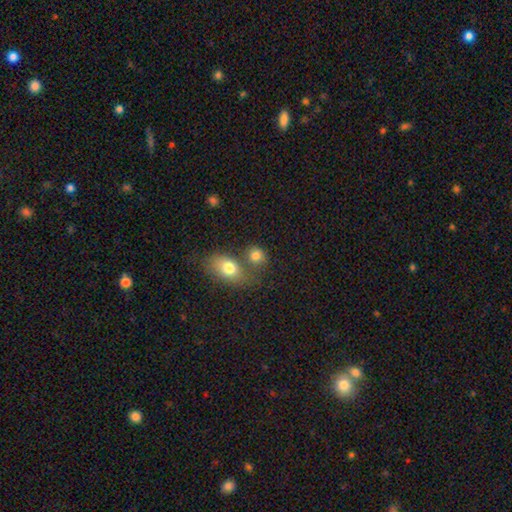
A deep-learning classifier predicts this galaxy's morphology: The model was most divided on "merging": none: 50%, merger: 36%, minor disturbance: 10%, major disturbance: 4%. More confident: smooth or featured — smooth (80%); how rounded — round (60%).